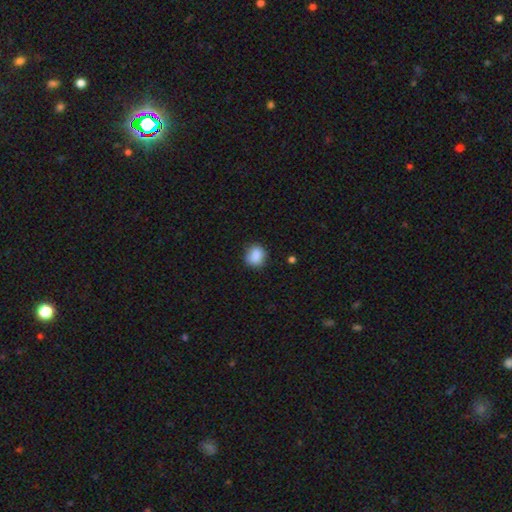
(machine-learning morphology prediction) smooth-or-featured: smooth: 87% | star or artifact: 9% | featured or disk: 5%
  how-rounded: round: 70% | in between: 29% | cigar-shaped: 1%
  merging: none: 79% | minor disturbance: 16% | major disturbance: 3% | merger: 2%